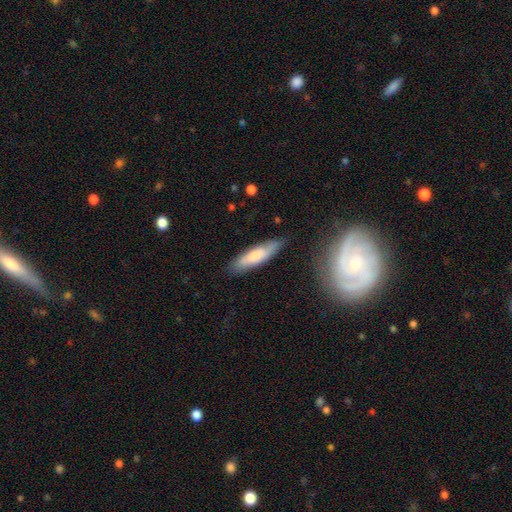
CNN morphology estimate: A smooth galaxy with no disk features (71%) that is cigar-shaped (68%).

Vote fractions:
- Smooth or featured? smooth: 71% / featured or disk: 22% / star or artifact: 6%
- How rounded? cigar-shaped: 68% / in between: 30% / round: 2%
- Merging? none: 79% / minor disturbance: 16% / major disturbance: 3% / merger: 2%